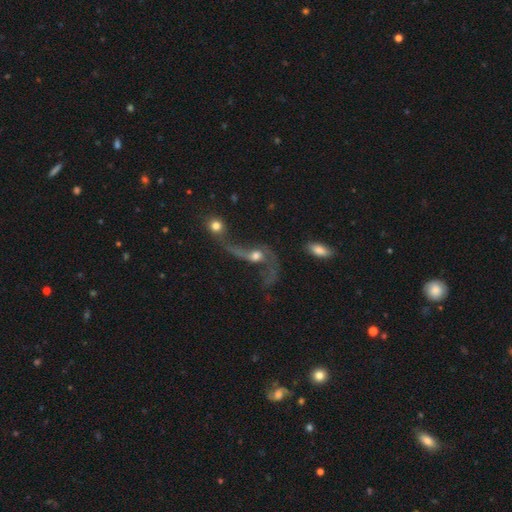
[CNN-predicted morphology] Smooth or featured? Predicted: featured or disk (p=0.74). Edge-on disk? Predicted: no (p=0.93). Bar? Predicted: no (p=0.63). Spiral arms? Predicted: yes (p=0.85). Spiral winding? Predicted: loose (p=0.90). Spiral arm count? Predicted: 2 (p=0.85). Bulge size? Predicted: moderate (p=0.54). Merging? Predicted: merger (p=0.33).